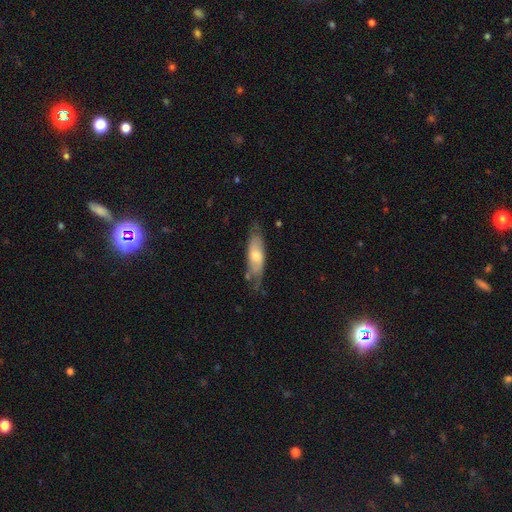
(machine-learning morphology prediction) A smooth galaxy with no disk features (53%) that is in between round and cigar-shaped (55%). Merging: none (61%).